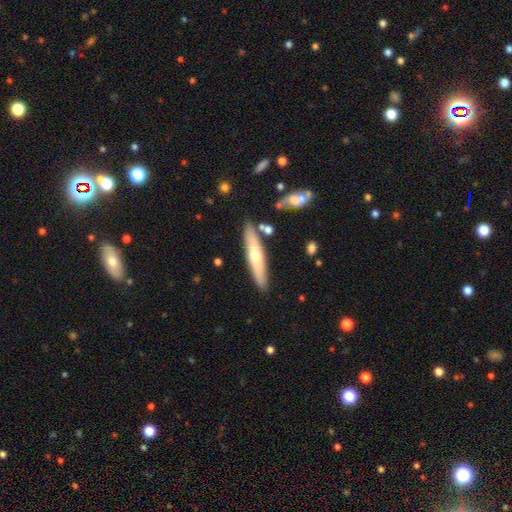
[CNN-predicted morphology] smooth_or_featured: smooth (p=0.49) [alt: featured or disk p=0.45]
merging: none (p=0.85) [alt: minor disturbance p=0.10]